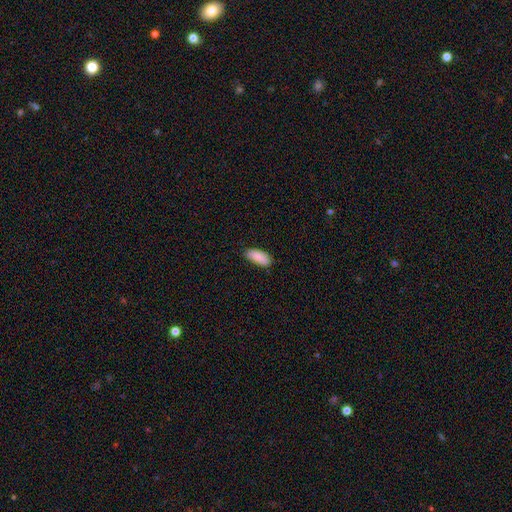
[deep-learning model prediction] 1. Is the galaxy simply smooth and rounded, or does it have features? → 88% smooth, 7% star or artifact, 5% featured or disk.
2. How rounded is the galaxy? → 81% in between, 18% cigar-shaped, 2% round.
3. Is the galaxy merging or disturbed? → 81% none, 15% minor disturbance, 2% major disturbance, 1% merger.